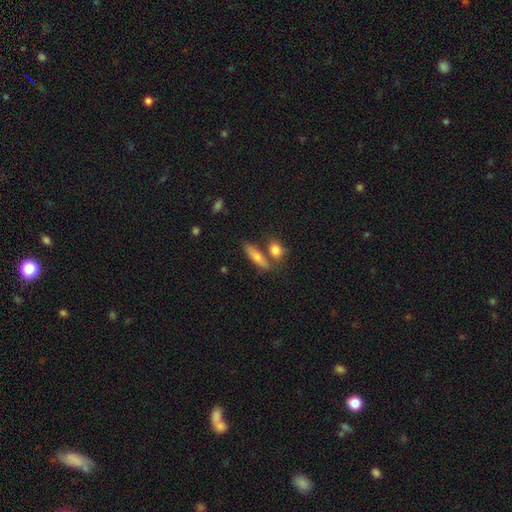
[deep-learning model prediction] Smooth or featured? Predicted: smooth (p=0.72). How rounded? Predicted: cigar-shaped (p=0.55). Merging? Predicted: none (p=0.63).